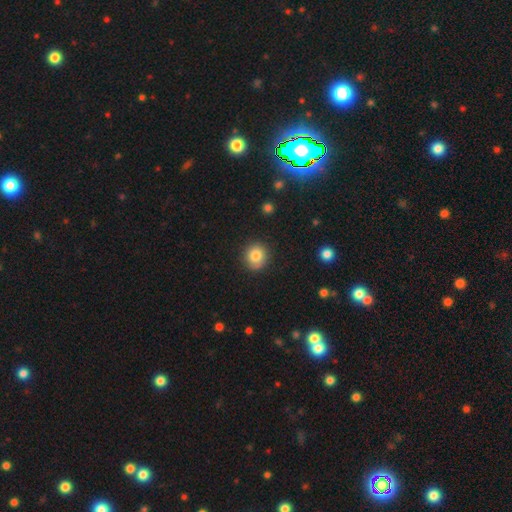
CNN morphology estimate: Smooth or featured? Predicted: smooth (p=0.82). How rounded? Predicted: round (p=0.86). Merging? Predicted: none (p=0.87).